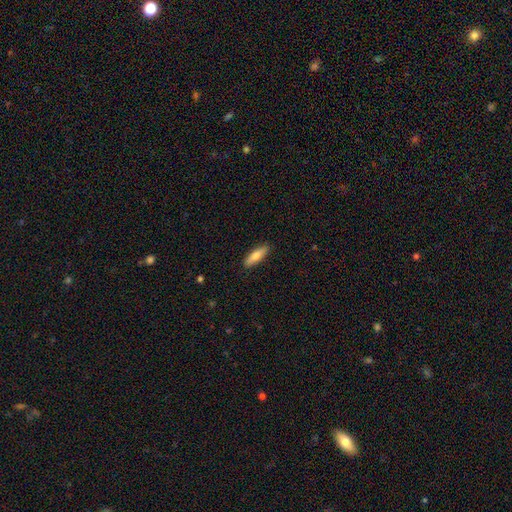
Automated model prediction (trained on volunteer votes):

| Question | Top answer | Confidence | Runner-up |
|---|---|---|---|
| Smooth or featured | smooth | 76% | featured or disk (19%) |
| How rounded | cigar-shaped | 61% | in between (37%) |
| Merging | none | 89% | minor disturbance (8%) |